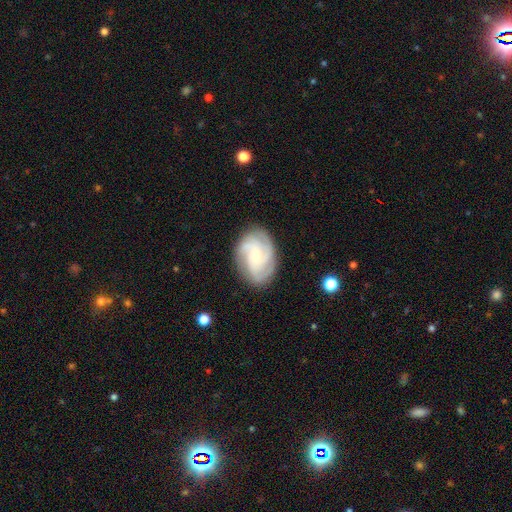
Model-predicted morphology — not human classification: The model was most divided on "spiral arm count": 3: 41%, 4: 28%, can't tell: 13%, 2: 9%, more than 4: 5%, 1: 4%. More confident: edge-on disk — no (97%); spiral arms — yes (97%); smooth or featured — featured or disk (82%); merging — none (81%); bulge size — small (71%); bar — no (66%); spiral winding — tight (55%).